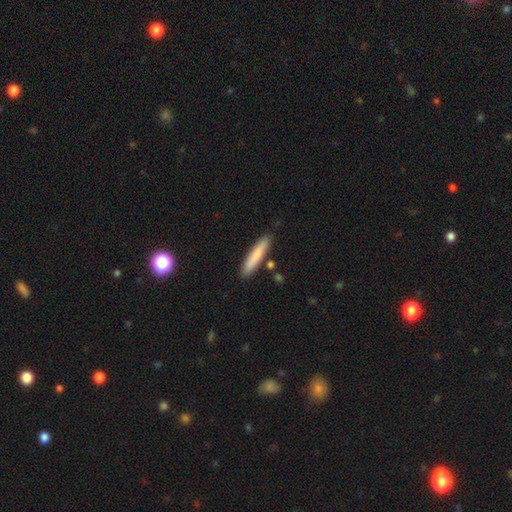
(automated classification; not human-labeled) Smooth or featured? Predicted: smooth (p=0.80). How rounded? Predicted: cigar-shaped (p=0.90). Merging? Predicted: none (p=0.86).